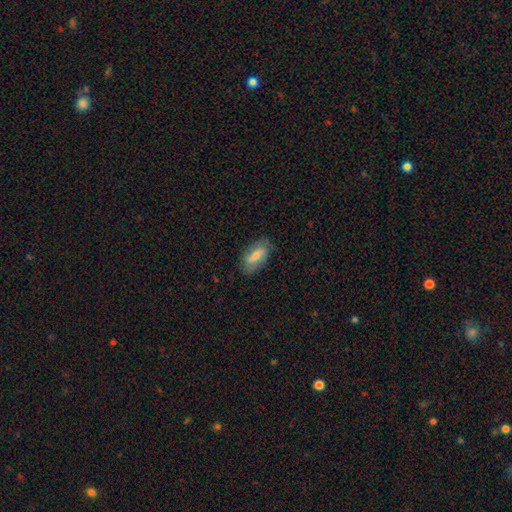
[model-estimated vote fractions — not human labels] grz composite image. It shows a smooth galaxy with no disk features (63%) that is in between round and cigar-shaped (84%). Merging: none (78%).